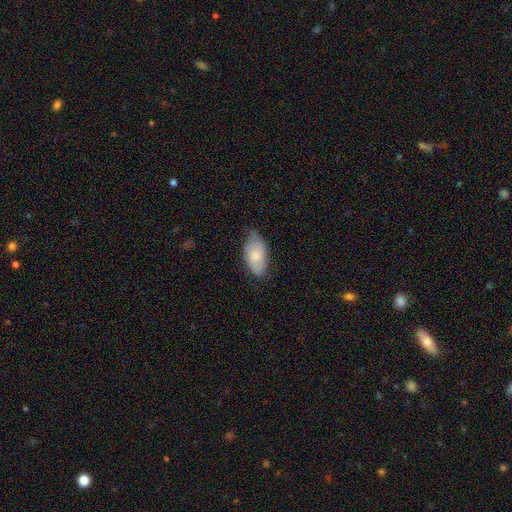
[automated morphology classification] type=smooth (64%); roundness=in between (93%); merging=none (55%).